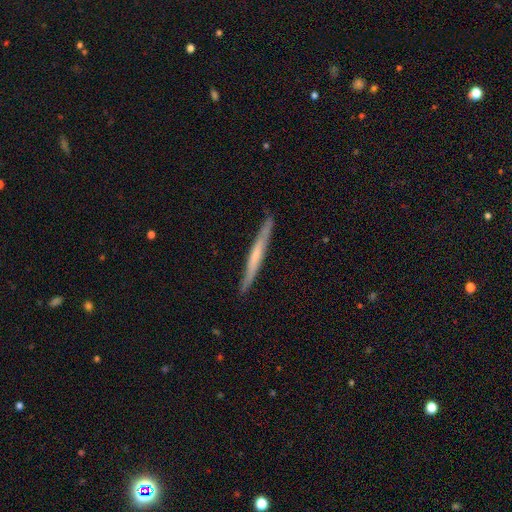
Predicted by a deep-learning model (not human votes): A featured or disk galaxy (53%) viewed edge-on (95%) with no central bulge (69%). Merging: none (88%).